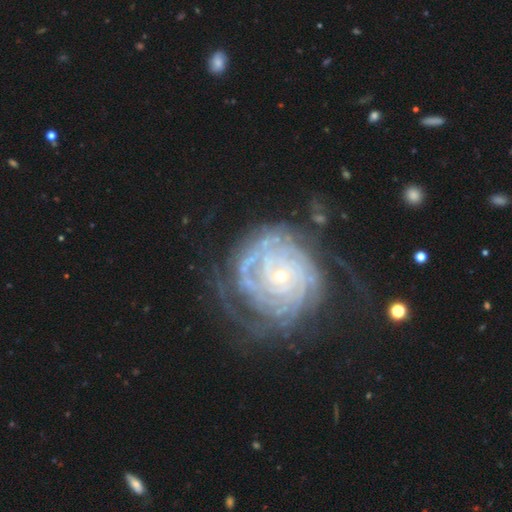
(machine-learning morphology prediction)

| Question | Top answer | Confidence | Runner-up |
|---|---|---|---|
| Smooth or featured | featured or disk | 87% | star or artifact (7%) |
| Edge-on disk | no | 97% | yes (3%) |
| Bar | no | 76% | weak (17%) |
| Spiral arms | yes | 96% | no (4%) |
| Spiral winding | tight | 83% | medium (14%) |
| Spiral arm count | can't tell | 33% | 4 (17%) |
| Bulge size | small | 78% | moderate (19%) |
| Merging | none | 60% | minor disturbance (20%) |